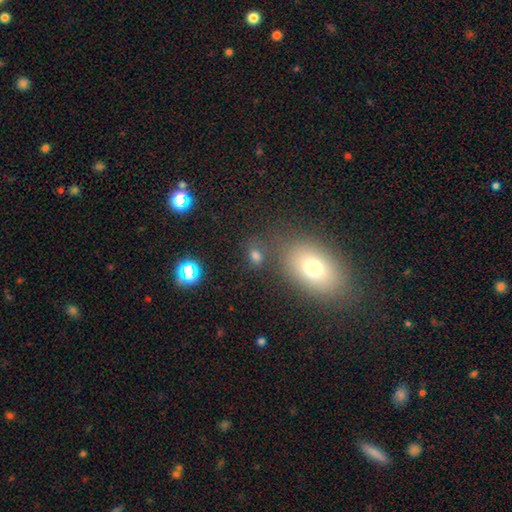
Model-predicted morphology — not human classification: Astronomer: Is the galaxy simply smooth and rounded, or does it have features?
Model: smooth — 69%.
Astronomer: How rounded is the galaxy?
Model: in between — 66%.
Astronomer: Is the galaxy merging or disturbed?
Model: none — 65%.